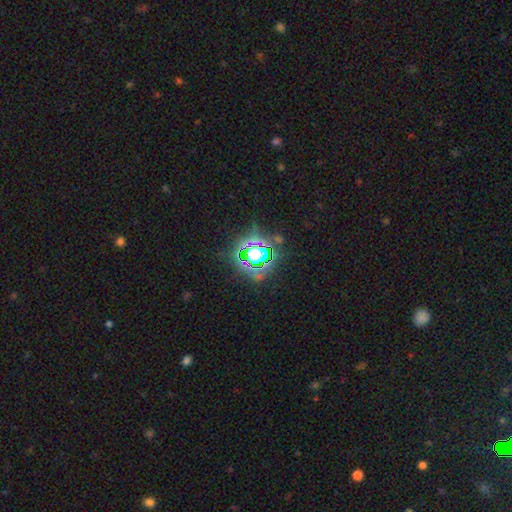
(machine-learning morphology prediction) Smooth or featured? star or artifact (75%)